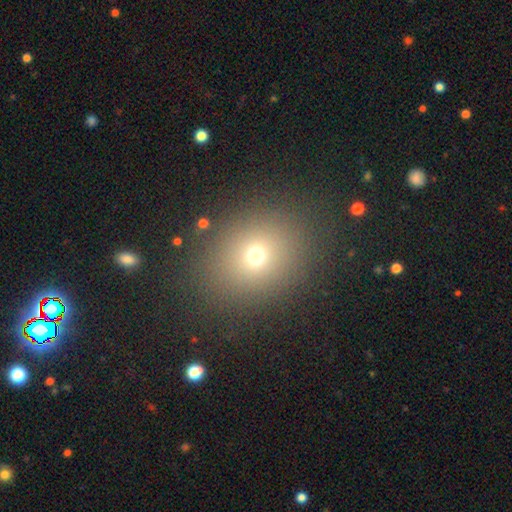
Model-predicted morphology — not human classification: Smooth or featured? Predicted: smooth (p=0.68). How rounded? Predicted: round (p=0.69). Merging? Predicted: none (p=0.84).